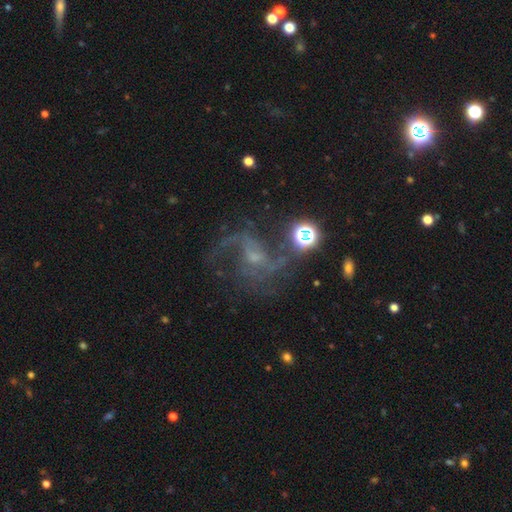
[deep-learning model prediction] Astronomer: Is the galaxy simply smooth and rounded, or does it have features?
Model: featured or disk — 82%.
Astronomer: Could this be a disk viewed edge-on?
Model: no — 97%.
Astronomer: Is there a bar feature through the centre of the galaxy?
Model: weak — 48% (runner-up: no, 37%).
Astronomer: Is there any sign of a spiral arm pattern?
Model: yes — 94%.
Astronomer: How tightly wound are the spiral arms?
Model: loose — 46% (runner-up: medium, 43%).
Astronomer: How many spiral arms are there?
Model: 2 — 71%.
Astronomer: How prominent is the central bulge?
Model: small — 64%.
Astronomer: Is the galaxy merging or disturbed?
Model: none — 60%.